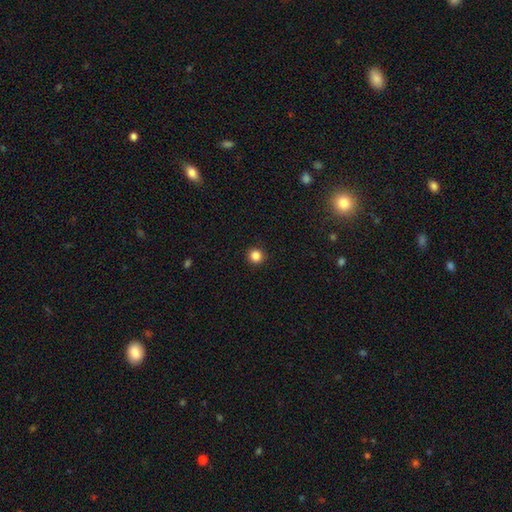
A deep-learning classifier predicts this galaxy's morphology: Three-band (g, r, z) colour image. It shows a smooth galaxy with no disk features (85%) that is round (94%). Merging: none (93%).